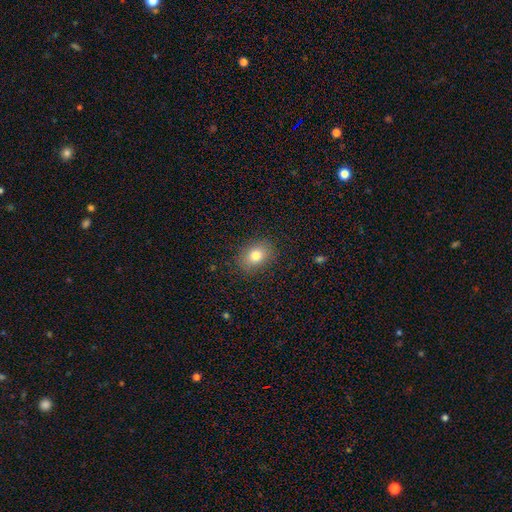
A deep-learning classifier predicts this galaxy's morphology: Q: Smooth or featured?
A: smooth (80%); runner-up: featured or disk (10%)
Q: How rounded?
A: in between (68%); runner-up: round (31%)
Q: Merging?
A: none (87%); runner-up: minor disturbance (9%)